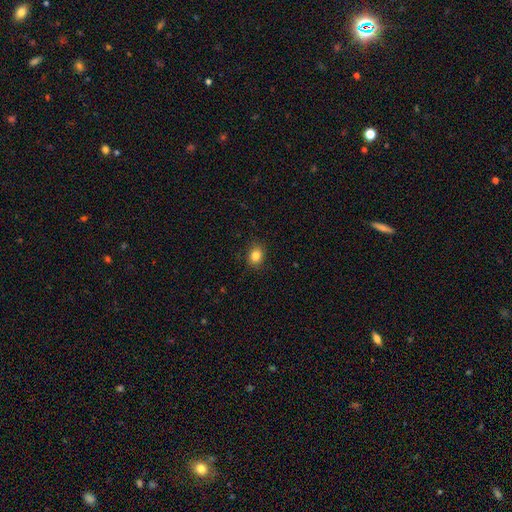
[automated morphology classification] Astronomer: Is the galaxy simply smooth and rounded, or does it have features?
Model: smooth — 83%.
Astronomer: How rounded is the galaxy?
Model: round — 57% (runner-up: in between, 42%).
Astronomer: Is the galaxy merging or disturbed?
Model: none — 88%.